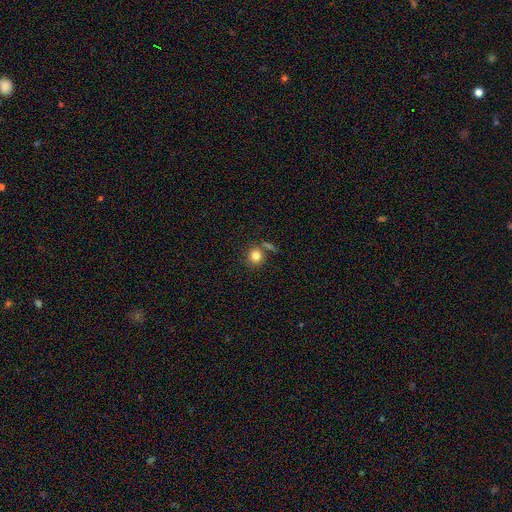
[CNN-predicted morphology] smooth 81%, star or artifact 11%, featured or disk 8%. Down the decision tree: how rounded — round (88%); merging — none (69%).